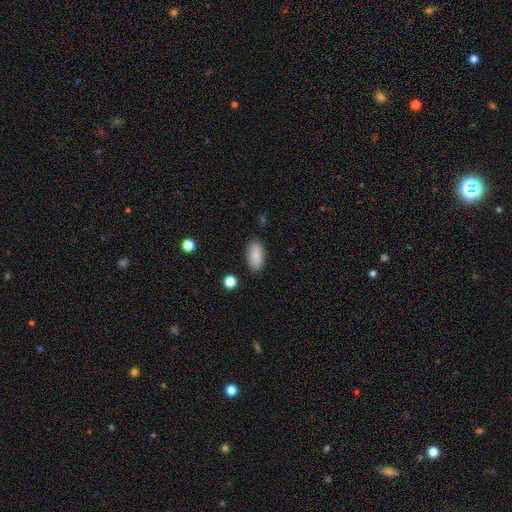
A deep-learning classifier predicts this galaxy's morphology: Q: Smooth or featured?
A: smooth (86%); runner-up: featured or disk (7%)
Q: How rounded?
A: in between (92%); runner-up: cigar-shaped (6%)
Q: Merging?
A: none (87%); runner-up: minor disturbance (9%)